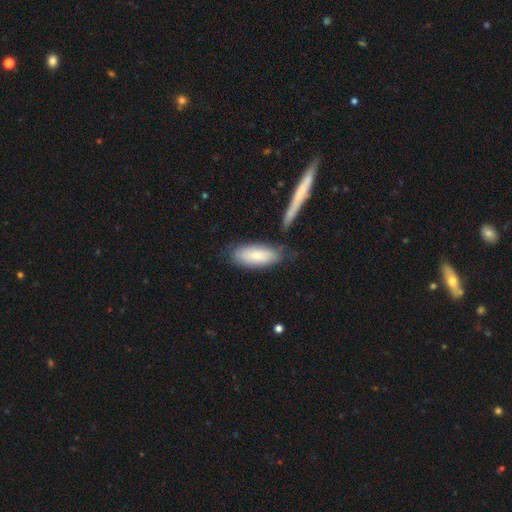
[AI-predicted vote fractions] This is likely a smooth galaxy (75%). How rounded: likely in between (78%). Merging: likely none (67%).